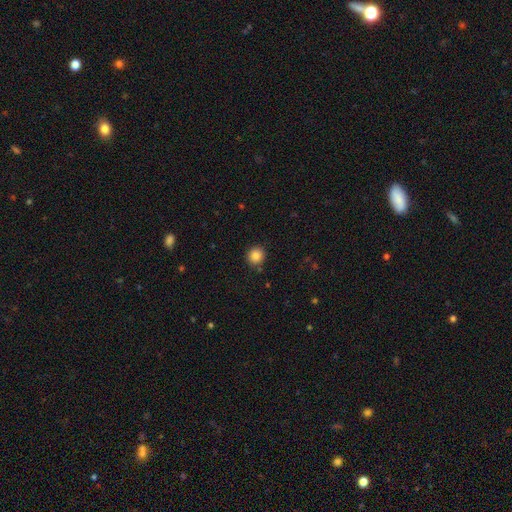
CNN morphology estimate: This is clearly a smooth galaxy (85%). How rounded: clearly round (91%). Merging: clearly none (88%).